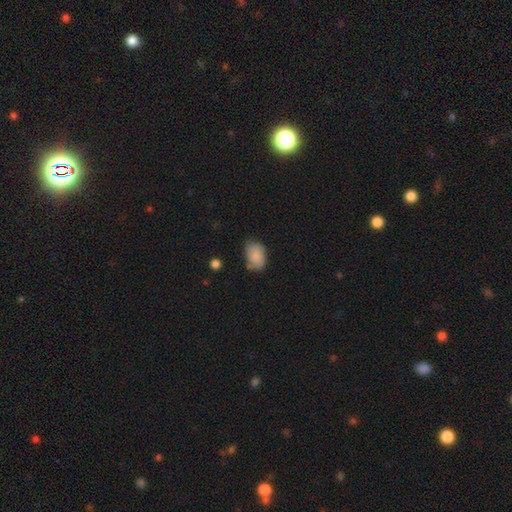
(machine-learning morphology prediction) smooth 85%, featured or disk 7%, star or artifact 7%. Down the decision tree: how rounded — in between (84%); merging — none (59%).